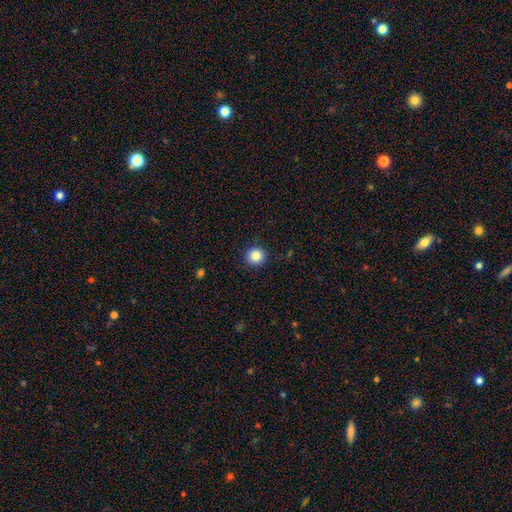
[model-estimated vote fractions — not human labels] Q: Smooth or featured?
A: smooth (86%); runner-up: star or artifact (10%)
Q: How rounded?
A: round (92%); runner-up: in between (7%)
Q: Merging?
A: none (91%); runner-up: minor disturbance (6%)